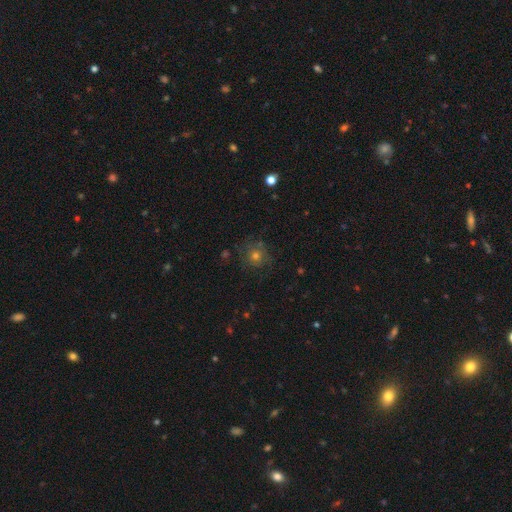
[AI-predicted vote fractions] A smooth galaxy with no disk features (53%) that is round (92%).

Vote fractions:
- Smooth or featured? smooth: 53% / star or artifact: 28% / featured or disk: 19%
- How rounded? round: 92% / in between: 7% / cigar-shaped: 1%
- Merging? none: 80% / minor disturbance: 13% / major disturbance: 6% / merger: 2%